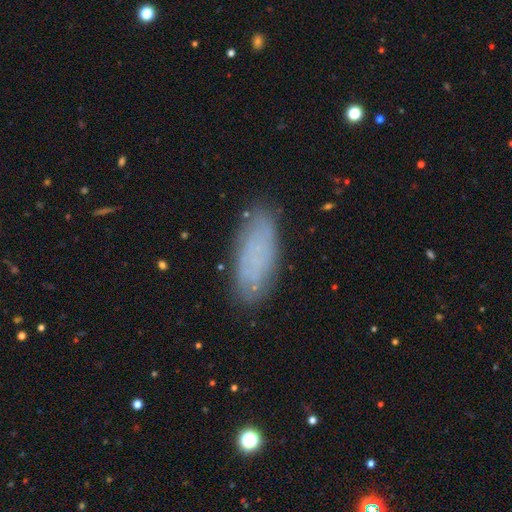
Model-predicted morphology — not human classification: Q: Smooth or featured?
A: smooth (64%); runner-up: featured or disk (26%)
Q: How rounded?
A: in between (77%); runner-up: cigar-shaped (20%)
Q: Merging?
A: none (81%); runner-up: minor disturbance (14%)